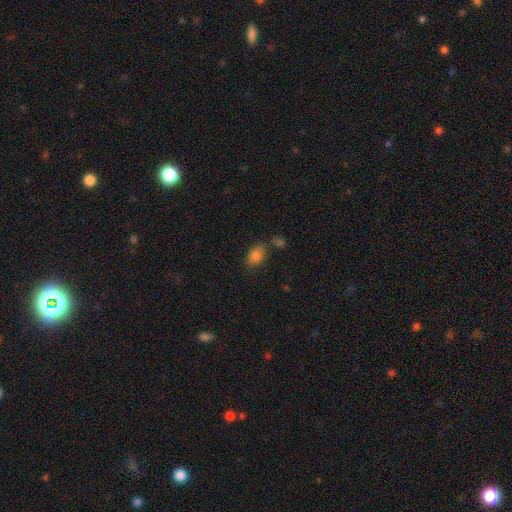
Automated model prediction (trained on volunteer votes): Smooth or featured? Predicted: smooth (p=0.84). How rounded? Predicted: in between (p=0.77). Merging? Predicted: none (p=0.64).